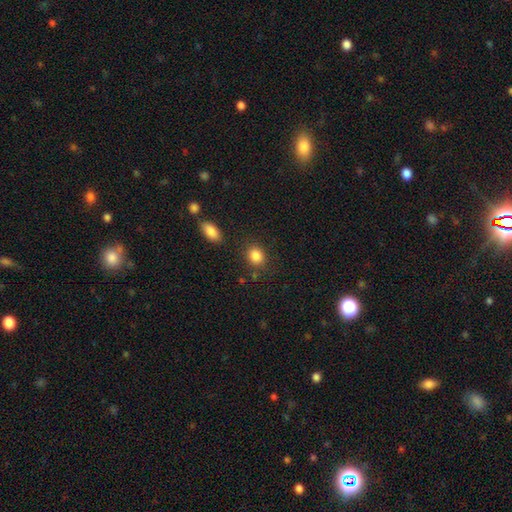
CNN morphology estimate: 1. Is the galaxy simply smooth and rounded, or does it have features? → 86% smooth, 9% star or artifact, 5% featured or disk.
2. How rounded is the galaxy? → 59% round, 40% in between, 1% cigar-shaped.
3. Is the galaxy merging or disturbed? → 81% none, 11% minor disturbance, 5% merger, 4% major disturbance.